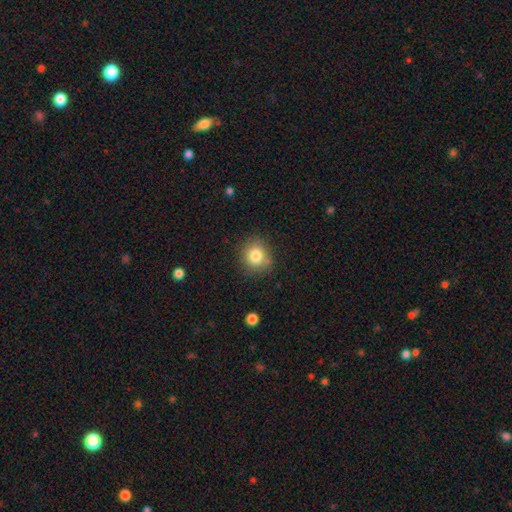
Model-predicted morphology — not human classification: A smooth galaxy with no disk features (81%) that is round (85%). Merging: none (81%).